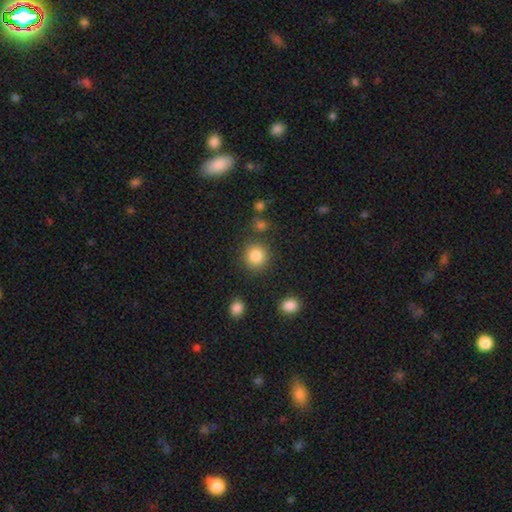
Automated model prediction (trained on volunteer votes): Q: Smooth or featured?
A: smooth (85%); runner-up: star or artifact (9%)
Q: How rounded?
A: round (92%); runner-up: in between (8%)
Q: Merging?
A: none (85%); runner-up: minor disturbance (8%)